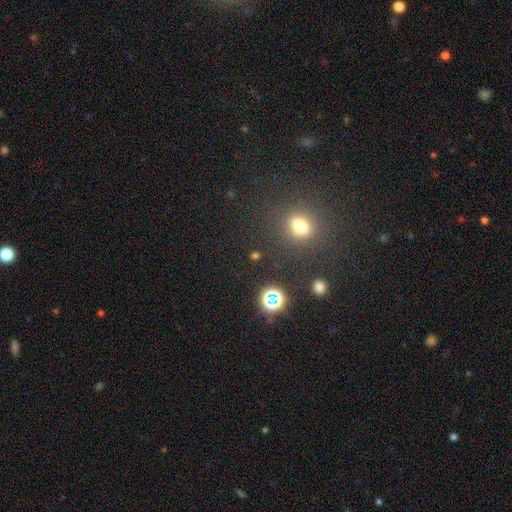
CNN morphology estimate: Smooth or featured?
  - smooth: 48% *
  - star or artifact: 42%
  - featured or disk: 9%
Merging?
  - none: 81% *
  - minor disturbance: 9%
  - merger: 5%
  - major disturbance: 5%